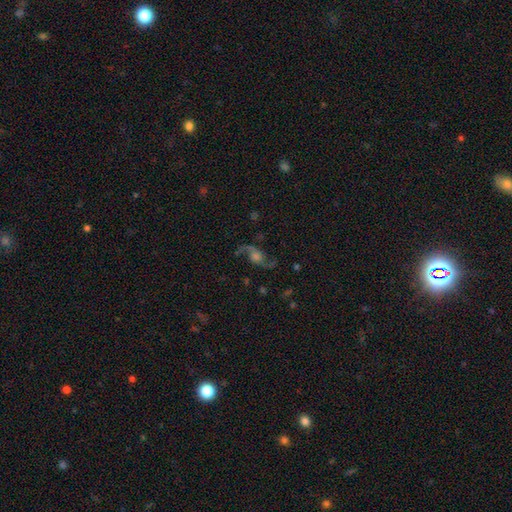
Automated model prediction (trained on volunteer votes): featured or disk 82%, star or artifact 10%, smooth 8%. Down the decision tree: edge-on disk — no (95%); bar — no (65%); spiral arms — yes (96%); spiral arm count — 2 (93%); spiral winding — loose (75%); bulge size — moderate (32%); merging — none (76%).